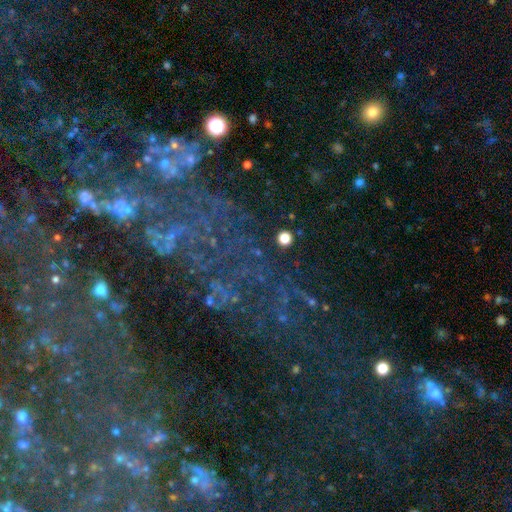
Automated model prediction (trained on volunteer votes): A star or artifact, not a galaxy (56%).